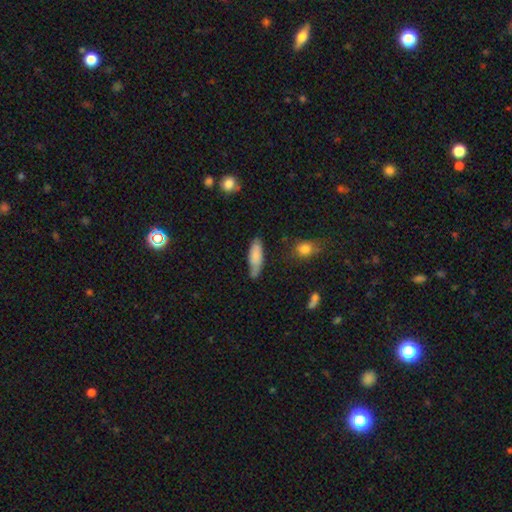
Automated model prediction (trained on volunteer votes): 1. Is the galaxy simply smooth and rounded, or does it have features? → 80% smooth, 14% featured or disk, 6% star or artifact.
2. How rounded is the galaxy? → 52% in between, 46% cigar-shaped, 2% round.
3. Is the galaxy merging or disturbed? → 61% none, 28% minor disturbance, 6% major disturbance, 5% merger.